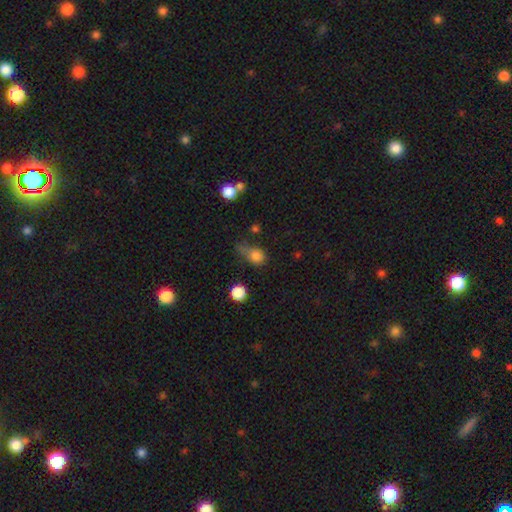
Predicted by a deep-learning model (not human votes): A smooth galaxy with no disk features (78%) that is round (59%).

Vote fractions:
- Smooth or featured? smooth: 78% / star or artifact: 13% / featured or disk: 9%
- How rounded? round: 59% / in between: 38% / cigar-shaped: 3%
- Merging? none: 34% / minor disturbance: 33% / major disturbance: 25% / merger: 8%